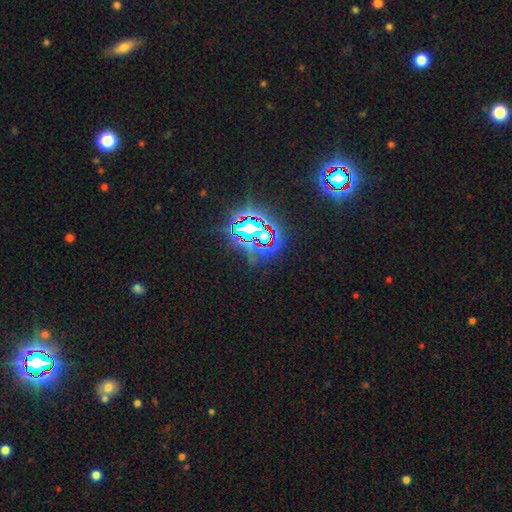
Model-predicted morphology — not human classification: smooth_or_featured: star or artifact (p=0.82) [alt: smooth p=0.11]